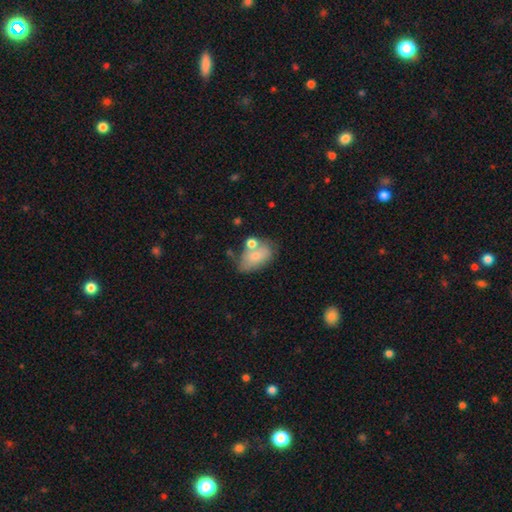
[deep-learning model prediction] Smooth or featured?
  - smooth: 72% *
  - featured or disk: 20%
  - star or artifact: 8%
How rounded?
  - in between: 89% *
  - round: 9%
  - cigar-shaped: 2%
Merging?
  - none: 45% *
  - merger: 24%
  - minor disturbance: 22%
  - major disturbance: 9%